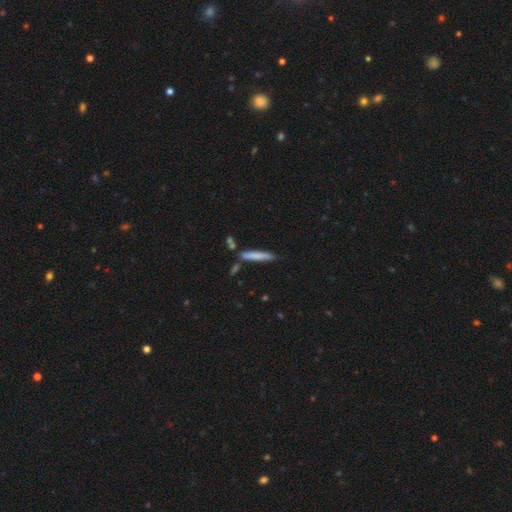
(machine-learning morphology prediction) Smooth or featured? smooth (76%)
How rounded? cigar-shaped (92%)
Merging? none (74%)